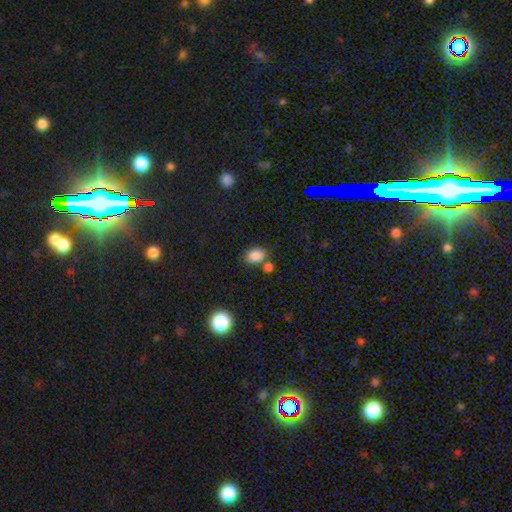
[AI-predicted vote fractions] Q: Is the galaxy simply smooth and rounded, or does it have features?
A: smooth — 85%.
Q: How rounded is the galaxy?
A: in between — 78%.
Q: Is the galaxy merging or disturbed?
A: none — 66%.